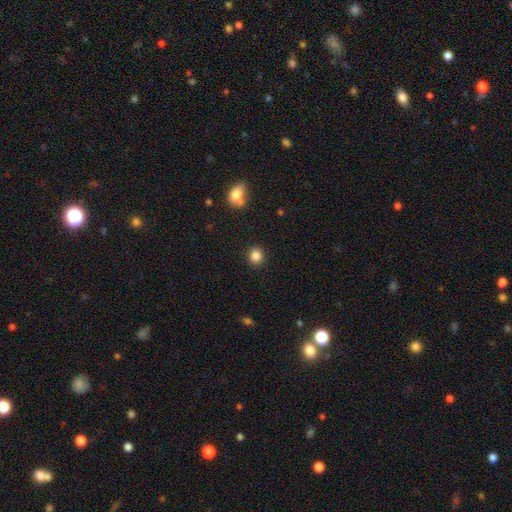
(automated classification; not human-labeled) Morphology: type=smooth (85%); roundness=round (78%); merging=none (89%).